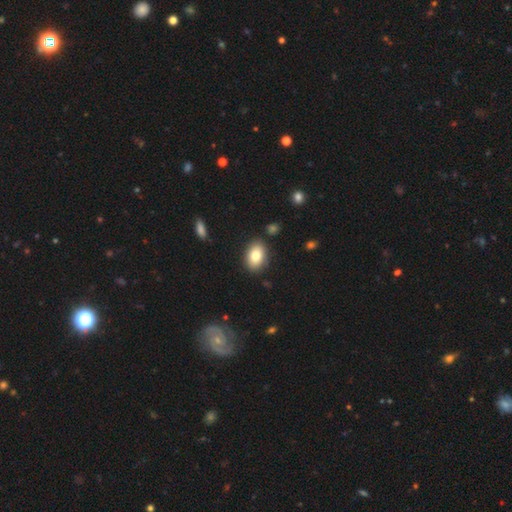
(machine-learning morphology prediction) This appears to be a smooth galaxy with no disk features (80%) that is in between round and cigar-shaped (86%). Merging: none (85%).